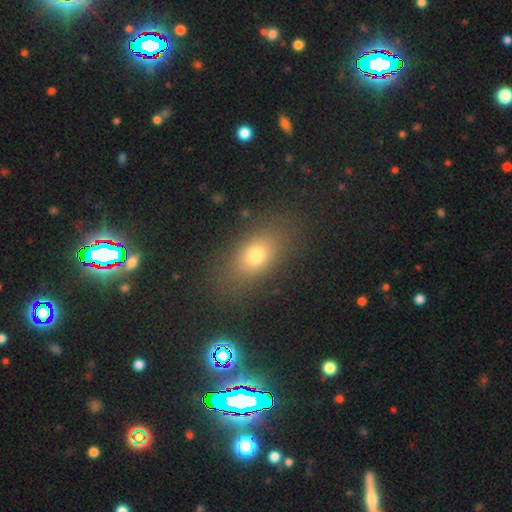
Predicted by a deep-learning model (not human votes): The model was most divided on "how rounded": in between: 74%, round: 20%, cigar-shaped: 6%. More confident: merging — none (83%); smooth or featured — smooth (72%).